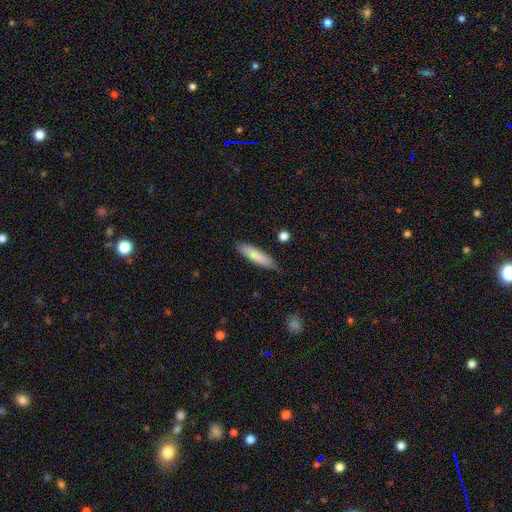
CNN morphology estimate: A smooth galaxy with no disk features (83%) that is cigar-shaped (70%). Merging: none (82%).